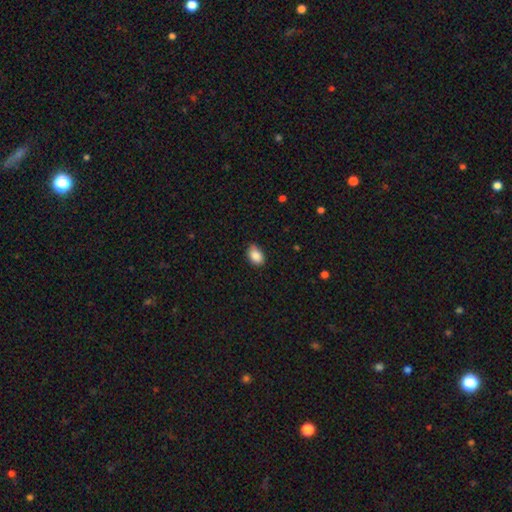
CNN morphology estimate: This appears to be a smooth galaxy with no disk features (88%) that is in between round and cigar-shaped (86%). Merging: none (75%).